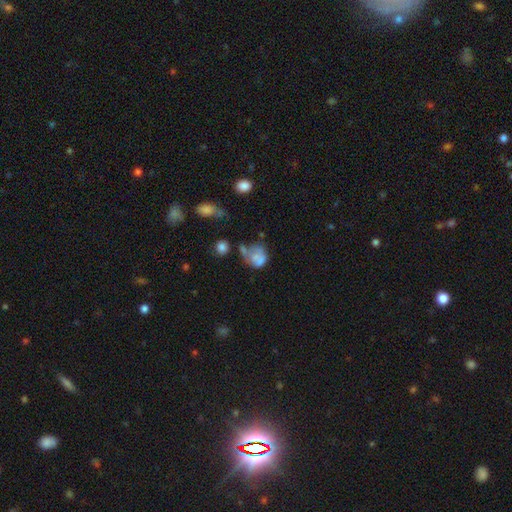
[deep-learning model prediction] Smooth or featured: smooth — 58% (featured or disk — 30%)
How rounded: round — 59% (in between — 40%)
Merging: none — 29% (minor disturbance — 26%)